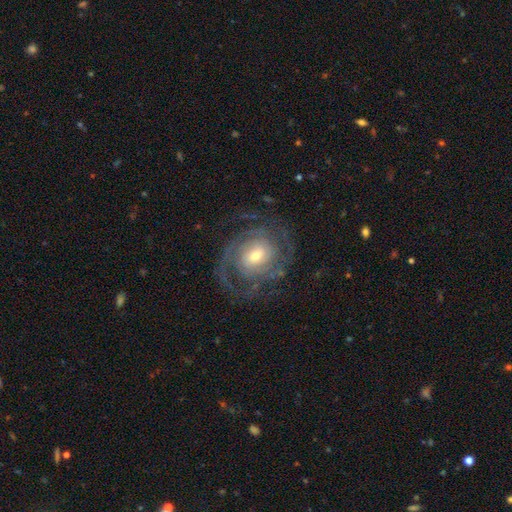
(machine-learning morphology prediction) smooth_or_featured: featured or disk (p=0.87) [alt: smooth p=0.08]
disk_edge_on: no (p=0.97) [alt: yes p=0.03]
bar: no (p=0.52) [alt: weak p=0.37]
has_spiral_arms: yes (p=0.95) [alt: no p=0.05]
spiral_winding: tight (p=0.58) [alt: medium p=0.34]
spiral_arm_count: 2 (p=0.50) [alt: can't tell p=0.19]
bulge_size: moderate (p=0.47) [alt: small p=0.45]
merging: none (p=0.73) [alt: minor disturbance p=0.14]